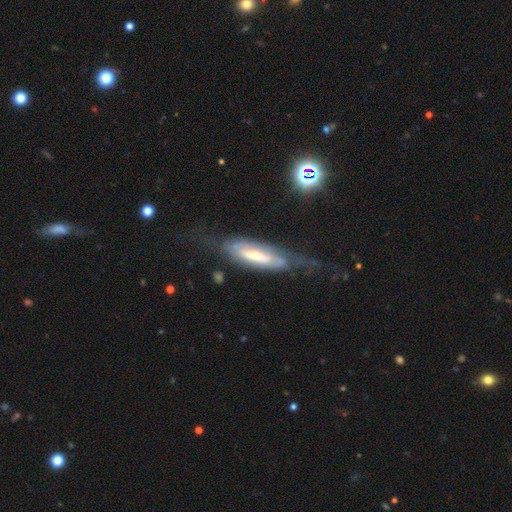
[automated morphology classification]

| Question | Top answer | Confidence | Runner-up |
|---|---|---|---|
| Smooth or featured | featured or disk | 71% | smooth (23%) |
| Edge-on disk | no | 67% | yes (33%) |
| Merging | none | 49% | major disturbance (24%) |